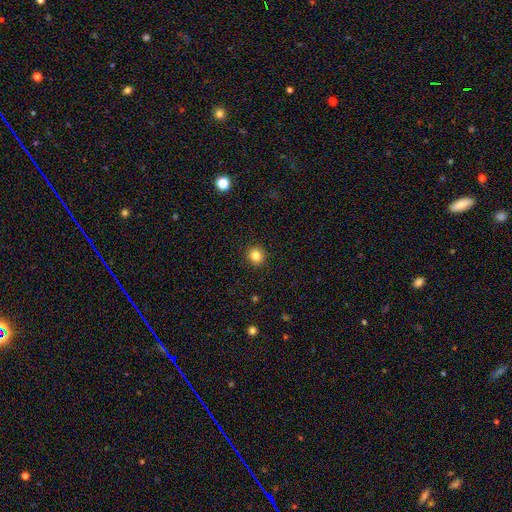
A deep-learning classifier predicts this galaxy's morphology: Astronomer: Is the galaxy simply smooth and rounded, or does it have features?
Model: smooth — 83%.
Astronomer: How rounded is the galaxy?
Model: round — 90%.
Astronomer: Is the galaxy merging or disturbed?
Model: none — 92%.